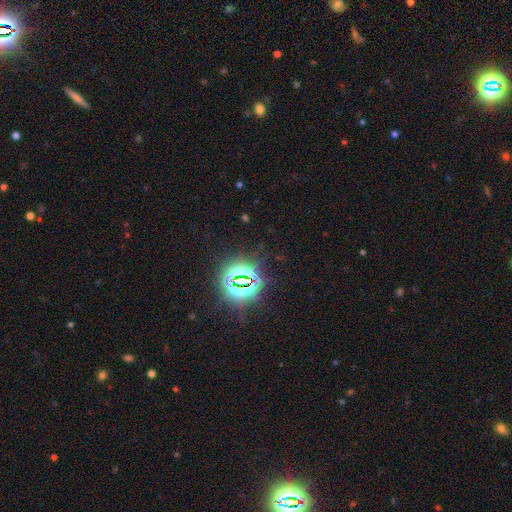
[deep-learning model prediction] A star or artifact, not a galaxy (80%).

Vote fractions:
- Smooth or featured? star or artifact: 80% / smooth: 12% / featured or disk: 8%